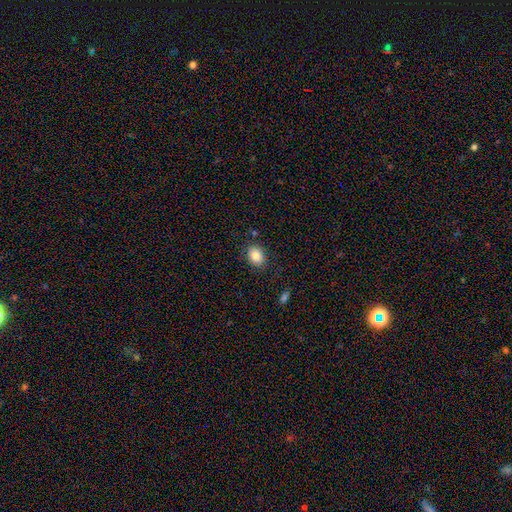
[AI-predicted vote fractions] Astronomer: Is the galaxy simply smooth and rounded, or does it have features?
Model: smooth — 85%.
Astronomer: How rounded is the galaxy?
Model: in between — 66%.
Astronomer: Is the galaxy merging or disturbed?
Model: none — 84%.